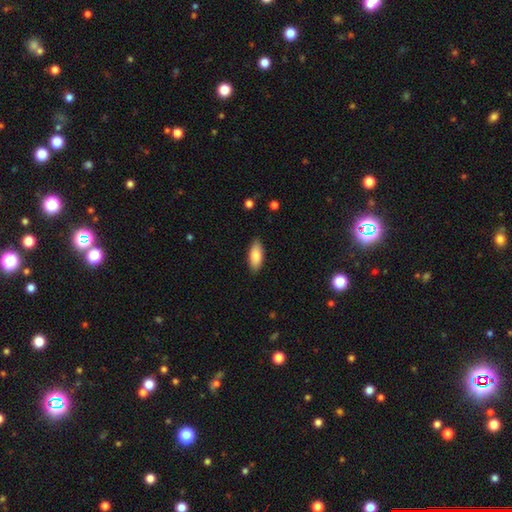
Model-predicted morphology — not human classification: Overall: smooth (83%). How rounded: in between (83%). Merging: none (87%).